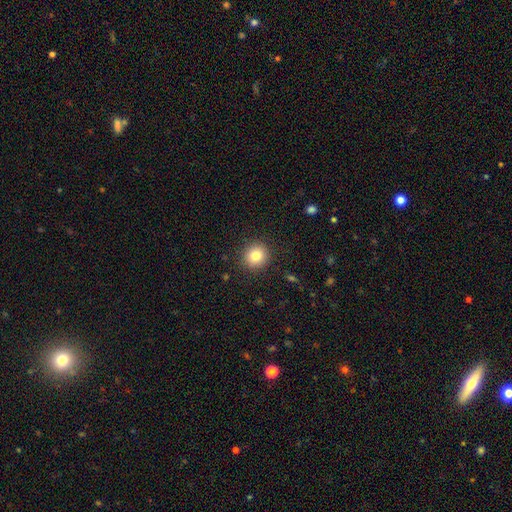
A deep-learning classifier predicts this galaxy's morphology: This appears to be a smooth galaxy with no disk features (82%) that is round (89%). Merging: none (91%).